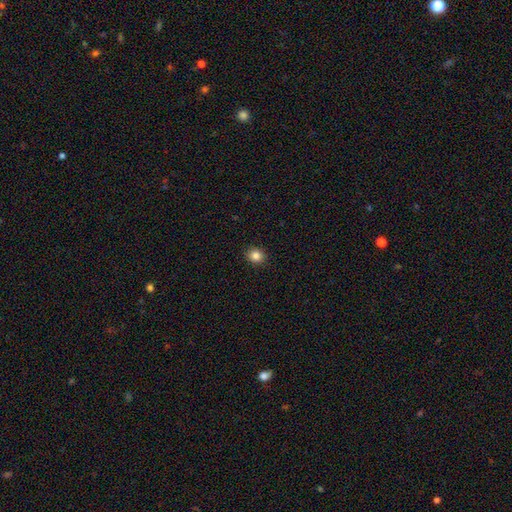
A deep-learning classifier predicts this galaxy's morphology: Smooth or featured: smooth — 84% (star or artifact — 11%)
How rounded: round — 78% (in between — 21%)
Merging: none — 91% (minor disturbance — 6%)